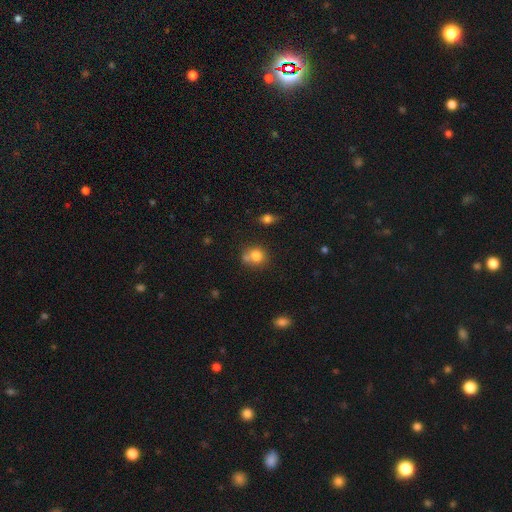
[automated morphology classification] smooth-or-featured: smooth: 79% | star or artifact: 11% | featured or disk: 10%
  how-rounded: round: 74% | in between: 25% | cigar-shaped: 1%
  merging: none: 52% | merger: 25% | minor disturbance: 17% | major disturbance: 6%